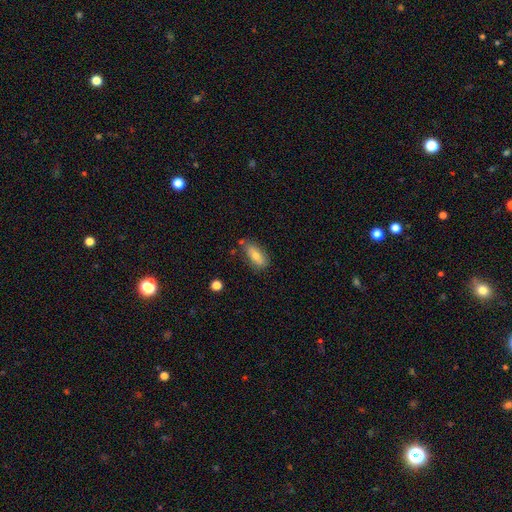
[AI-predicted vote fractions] smooth_or_featured: smooth (p=0.72) [alt: featured or disk p=0.20]
how_rounded: in between (p=0.79) [alt: cigar-shaped p=0.18]
merging: none (p=0.72) [alt: minor disturbance p=0.19]